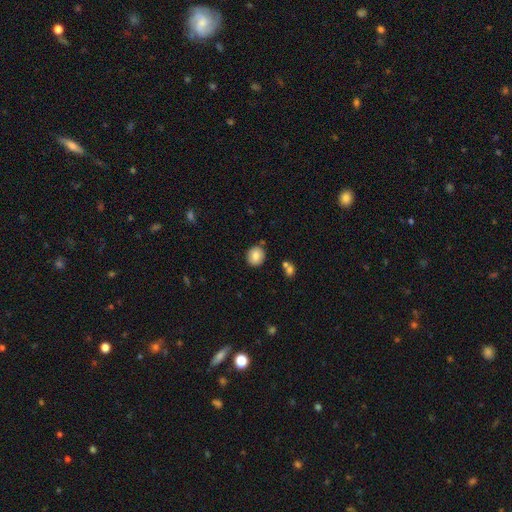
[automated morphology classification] smooth_or_featured: smooth (p=0.82) [alt: featured or disk p=0.10]
how_rounded: round (p=0.84) [alt: in between p=0.16]
merging: none (p=0.85) [alt: minor disturbance p=0.09]